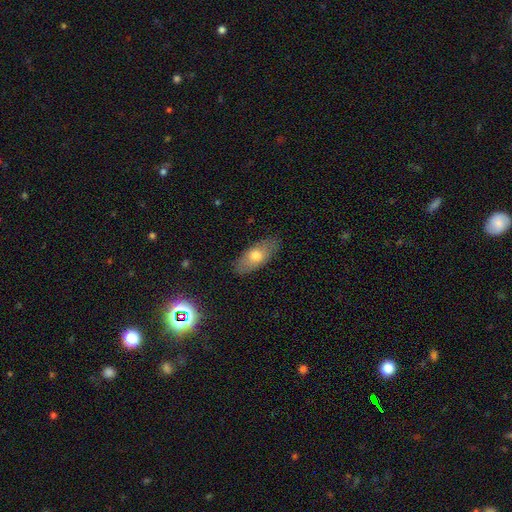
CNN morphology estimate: Q: Smooth or featured?
A: smooth (70%); runner-up: featured or disk (24%)
Q: How rounded?
A: in between (85%); runner-up: cigar-shaped (12%)
Q: Merging?
A: none (83%); runner-up: minor disturbance (13%)